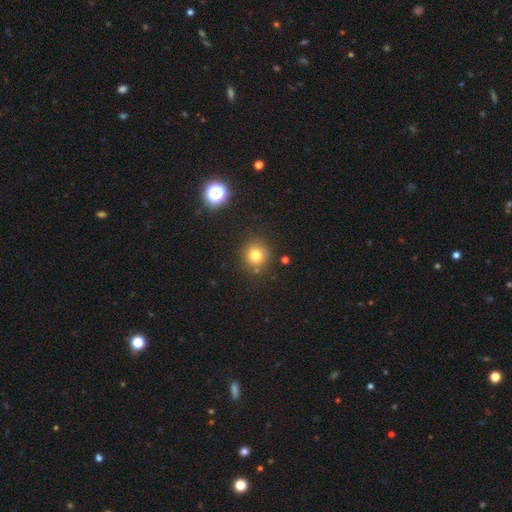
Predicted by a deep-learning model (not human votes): smooth-or-featured: smooth: 77% | star or artifact: 15% | featured or disk: 8%
  how-rounded: round: 86% | in between: 13% | cigar-shaped: 1%
  merging: none: 83% | minor disturbance: 11% | merger: 4% | major disturbance: 3%